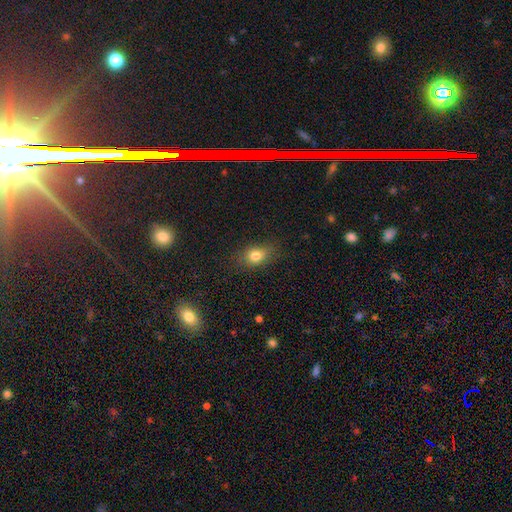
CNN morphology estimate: smooth 78%, star or artifact 12%, featured or disk 9%. Down the decision tree: how rounded — in between (65%); merging — none (79%).